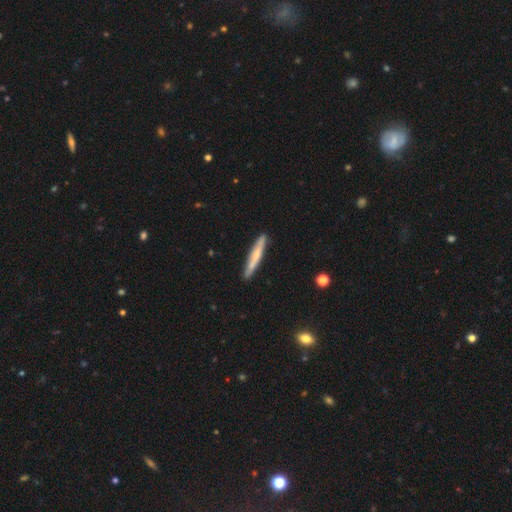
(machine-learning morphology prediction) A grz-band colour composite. It shows a smooth galaxy with no disk features (57%) that is cigar-shaped (95%). Merging: none (87%).